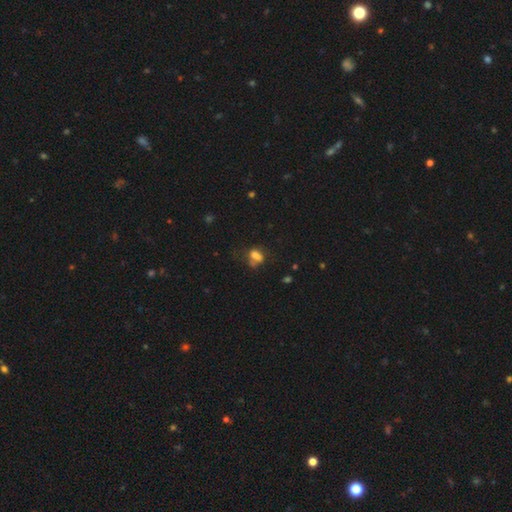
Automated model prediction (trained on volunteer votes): Morphology: type=smooth (63%); roundness=in between (66%); merging=none (35%).